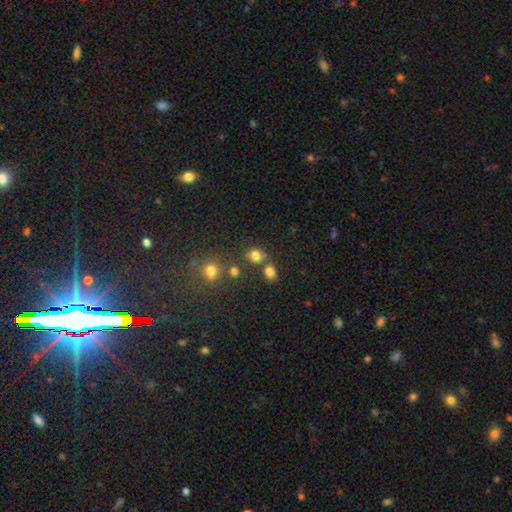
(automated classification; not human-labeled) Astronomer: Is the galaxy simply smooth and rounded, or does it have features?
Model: smooth — 77%.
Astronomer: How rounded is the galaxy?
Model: round — 75%.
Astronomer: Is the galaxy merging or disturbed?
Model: none — 65%.